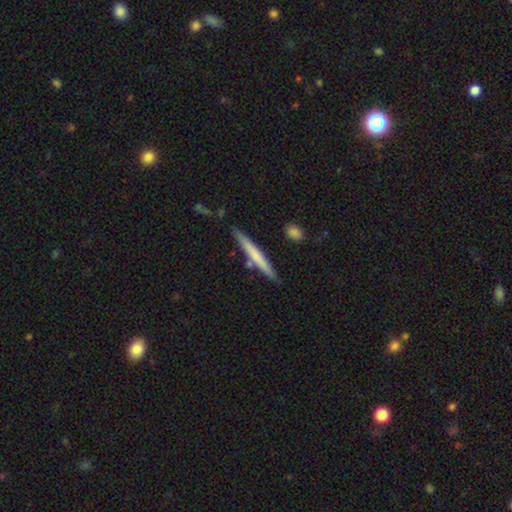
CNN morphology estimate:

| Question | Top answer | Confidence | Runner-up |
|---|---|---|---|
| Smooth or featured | smooth | 60% | featured or disk (35%) |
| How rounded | cigar-shaped | 96% | in between (3%) |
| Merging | none | 84% | minor disturbance (10%) |